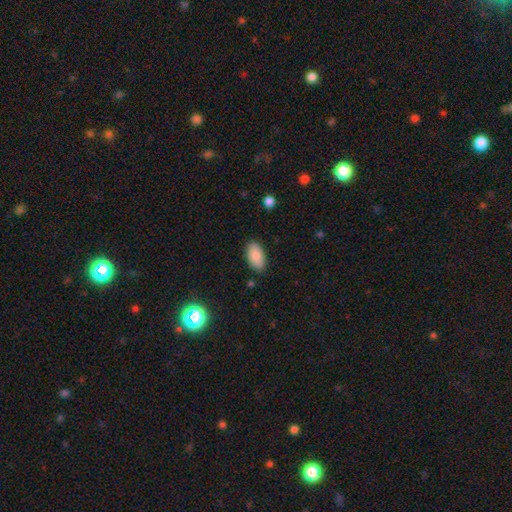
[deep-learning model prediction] smooth 88%, star or artifact 7%, featured or disk 5%. Down the decision tree: how rounded — in between (95%); merging — none (85%).